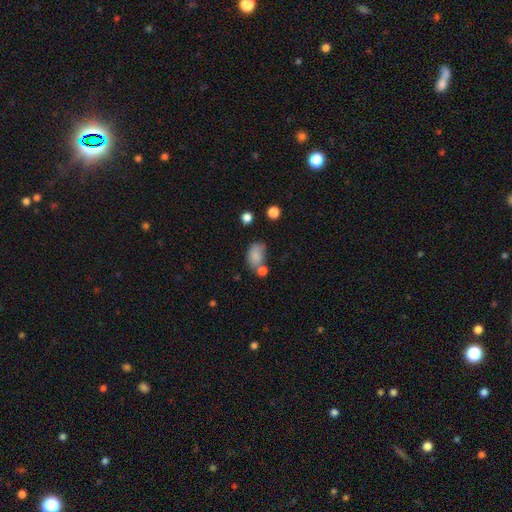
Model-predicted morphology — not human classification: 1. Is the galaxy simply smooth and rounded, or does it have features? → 82% smooth, 10% star or artifact, 9% featured or disk.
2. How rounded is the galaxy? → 82% in between, 16% round, 1% cigar-shaped.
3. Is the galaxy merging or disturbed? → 42% none, 24% merger, 23% minor disturbance, 10% major disturbance.